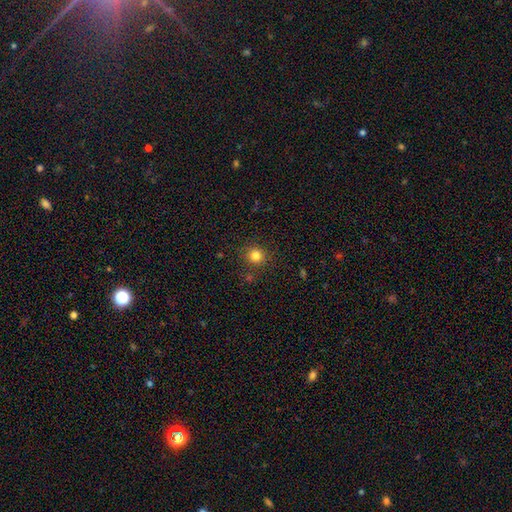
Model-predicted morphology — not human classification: Smooth or featured? smooth (81%)
How rounded? round (91%)
Merging? none (86%)